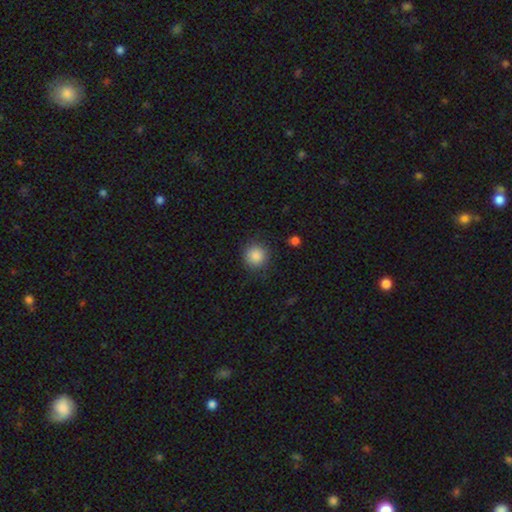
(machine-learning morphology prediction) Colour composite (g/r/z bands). It shows a smooth galaxy with no disk features (87%) that is round (94%). Merging: none (89%).